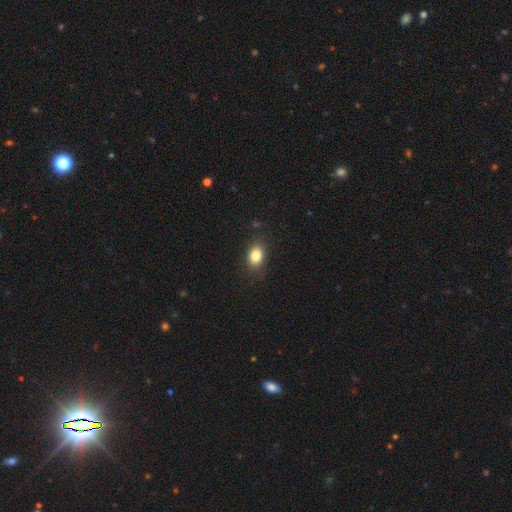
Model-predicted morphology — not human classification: Q: Smooth or featured?
A: smooth (84%); runner-up: star or artifact (9%)
Q: How rounded?
A: in between (76%); runner-up: round (22%)
Q: Merging?
A: none (83%); runner-up: minor disturbance (13%)